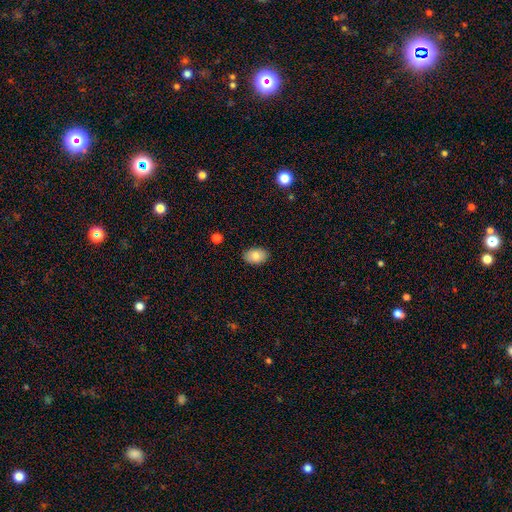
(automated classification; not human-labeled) Smooth or featured: smooth — 81% (featured or disk — 12%)
How rounded: in between — 86% (round — 13%)
Merging: none — 88% (minor disturbance — 9%)